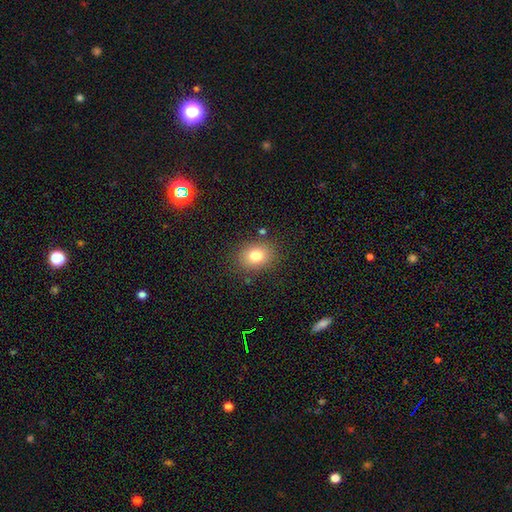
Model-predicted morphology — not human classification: Smooth or featured: smooth — 80% (star or artifact — 12%)
How rounded: in between — 50% (round — 49%)
Merging: none — 83% (minor disturbance — 11%)